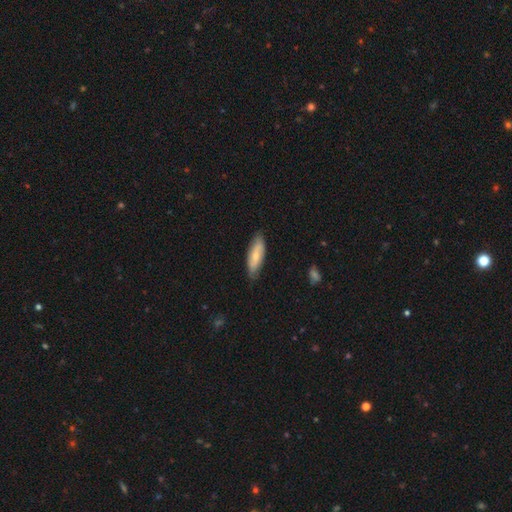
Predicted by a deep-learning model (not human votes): Smooth or featured: smooth — 62% (featured or disk — 32%)
How rounded: in between — 64% (cigar-shaped — 34%)
Merging: none — 79% (minor disturbance — 18%)